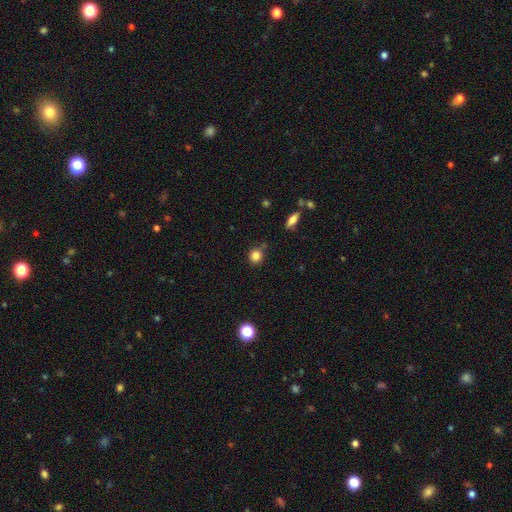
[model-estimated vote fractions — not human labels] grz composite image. It shows a smooth galaxy with no disk features (85%) that is round (84%). Merging: none (77%).